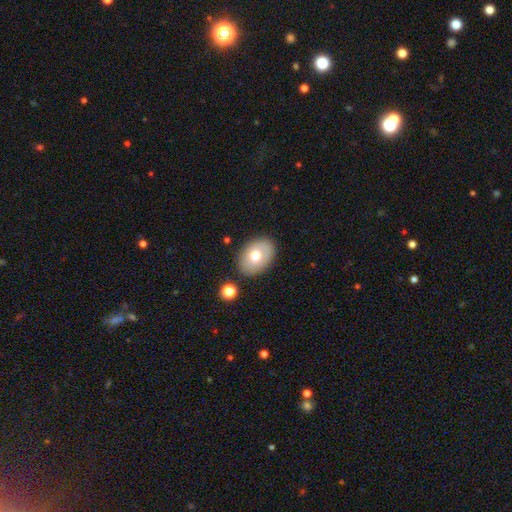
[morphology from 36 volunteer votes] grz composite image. It shows a smooth galaxy with no disk features (64%) that is in between round and cigar-shaped (78%). Merging: none (82%).